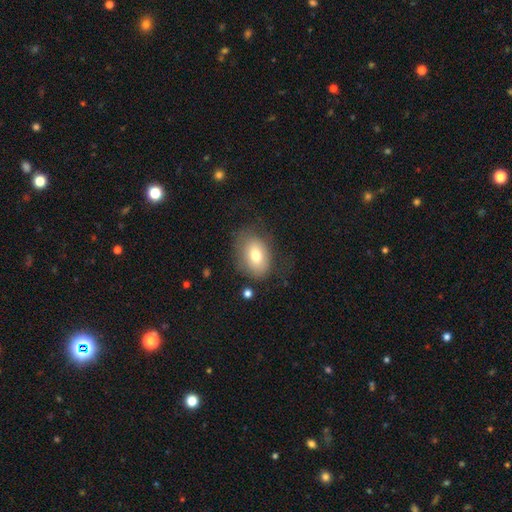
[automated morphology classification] A smooth galaxy with no disk features (74%) that is in between round and cigar-shaped (75%).

Vote fractions:
- Smooth or featured? smooth: 74% / featured or disk: 17% / star or artifact: 9%
- How rounded? in between: 75% / round: 24% / cigar-shaped: 1%
- Merging? none: 67% / minor disturbance: 21% / major disturbance: 11% / merger: 2%